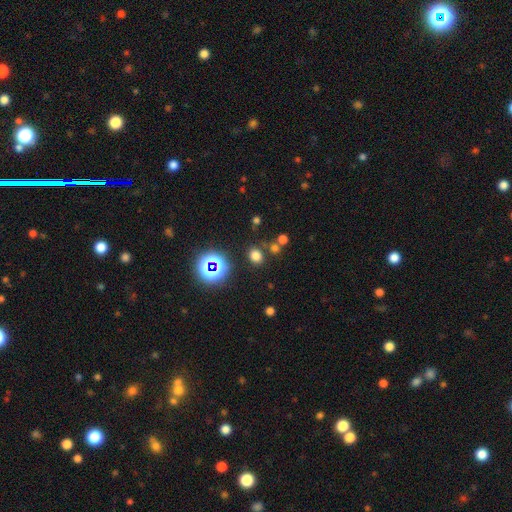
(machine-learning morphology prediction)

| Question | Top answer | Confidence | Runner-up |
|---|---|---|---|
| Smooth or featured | smooth | 69% | star or artifact (25%) |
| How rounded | round | 63% | in between (36%) |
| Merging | none | 79% | minor disturbance (9%) |